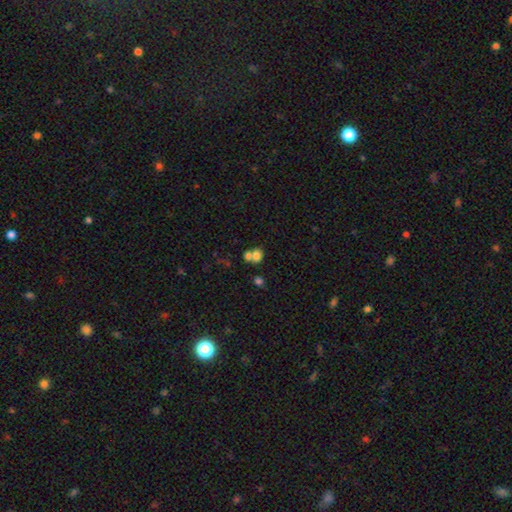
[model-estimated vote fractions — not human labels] This appears to be a smooth galaxy with no disk features (75%) that is round (53%). Merging: merger (54%).